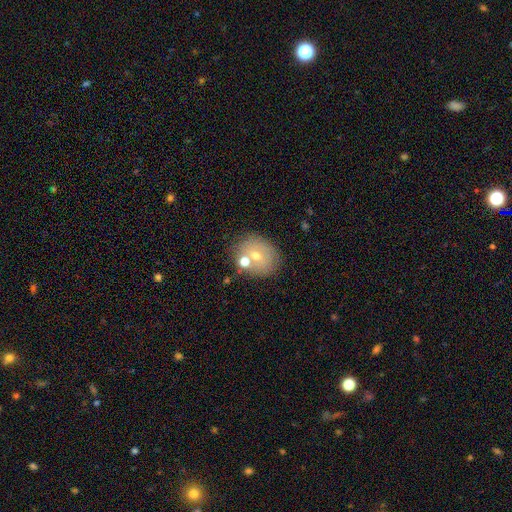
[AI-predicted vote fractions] A smooth galaxy with no disk features (59%) that is round (69%).

Vote fractions:
- Smooth or featured? smooth: 59% / featured or disk: 27% / star or artifact: 14%
- How rounded? round: 69% / in between: 30% / cigar-shaped: 1%
- Merging? none: 67% / merger: 16% / minor disturbance: 12% / major disturbance: 4%